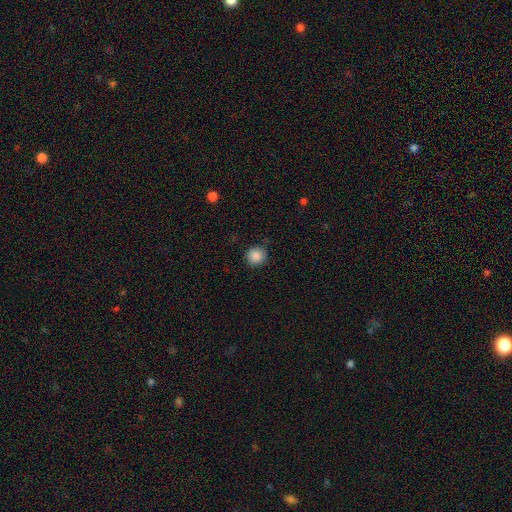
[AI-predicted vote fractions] The model was most divided on "merging": none: 85%, minor disturbance: 11%, major disturbance: 3%, merger: 1%. More confident: how rounded — round (92%); smooth or featured — smooth (88%).